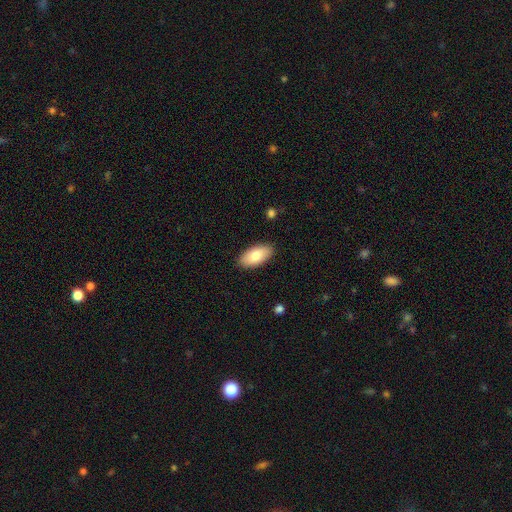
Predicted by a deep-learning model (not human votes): Smooth or featured? smooth (80%)
How rounded? in between (93%)
Merging? none (89%)